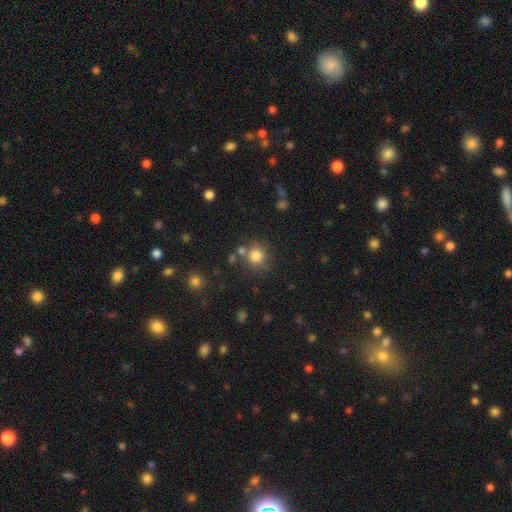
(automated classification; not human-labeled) This is clearly a smooth galaxy (81%). How rounded: clearly round (91%). Merging: likely none (72%).